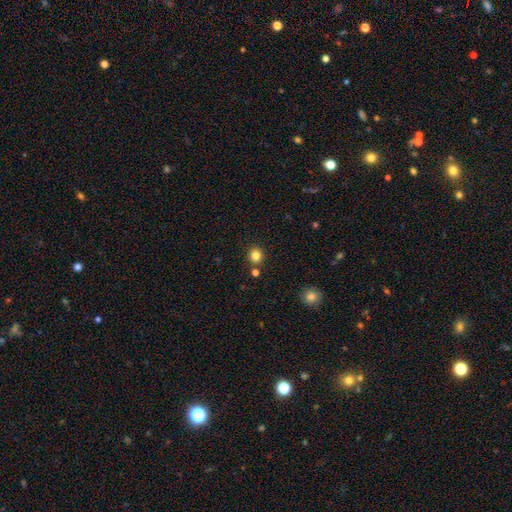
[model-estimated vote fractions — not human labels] A smooth galaxy with no disk features (83%) that is round (88%). Merging: none (87%).